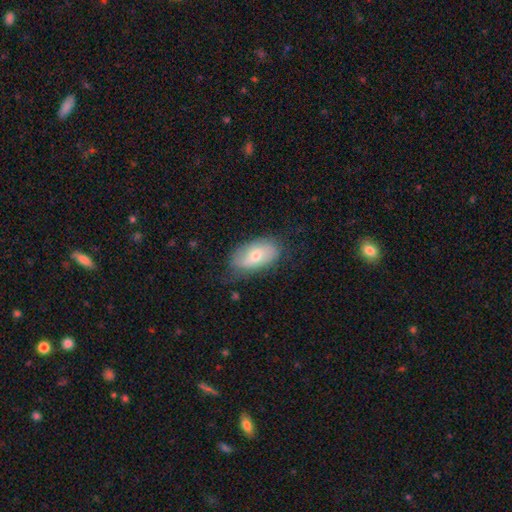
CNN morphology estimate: Smooth or featured? Predicted: smooth (p=0.55). How rounded? Predicted: in between (p=0.92). Merging? Predicted: none (p=0.67).